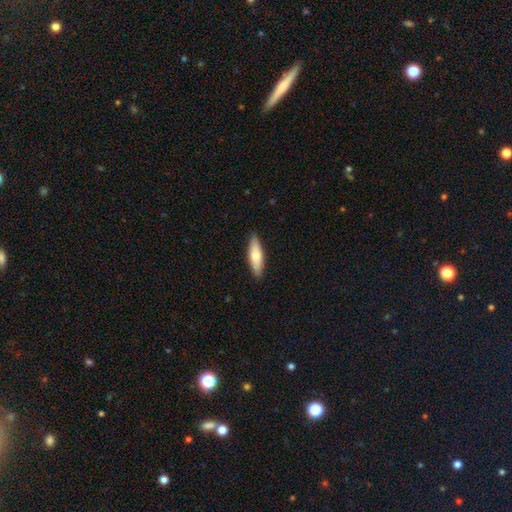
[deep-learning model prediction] Morphology: type=smooth (66%); roundness=cigar-shaped (53%); merging=none (89%).